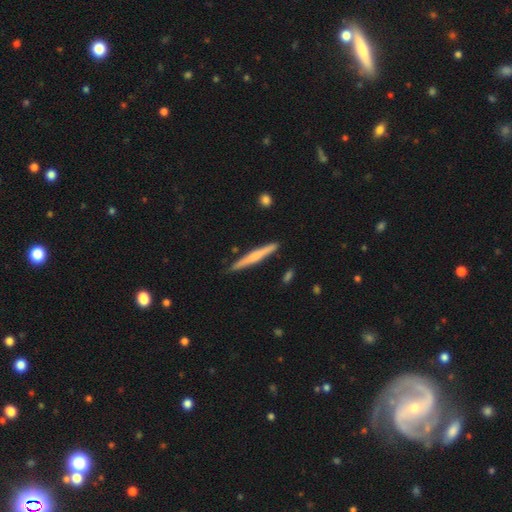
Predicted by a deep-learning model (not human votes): Smooth or featured? Predicted: smooth (p=0.48). Merging? Predicted: none (p=0.88).